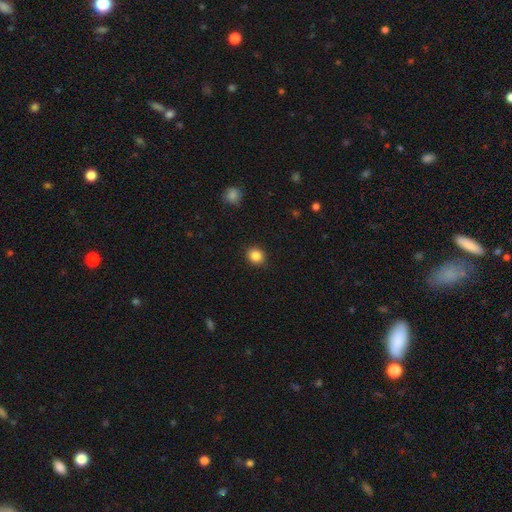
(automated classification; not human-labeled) Q: Smooth or featured?
A: smooth (86%); runner-up: star or artifact (10%)
Q: How rounded?
A: round (77%); runner-up: in between (22%)
Q: Merging?
A: none (90%); runner-up: minor disturbance (7%)